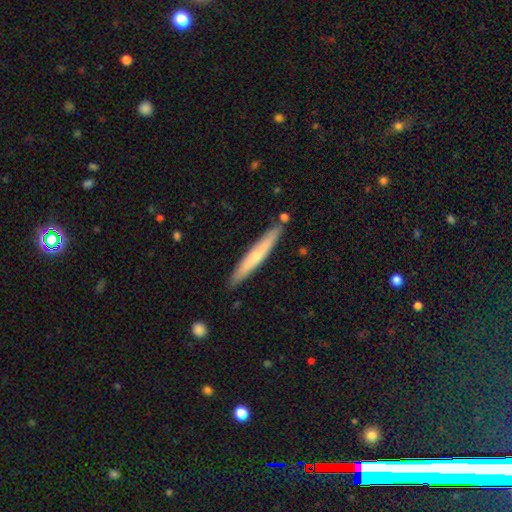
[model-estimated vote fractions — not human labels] A smooth galaxy with no disk features (53%) that is cigar-shaped (95%).

Vote fractions:
- Smooth or featured? smooth: 53% / featured or disk: 42% / star or artifact: 5%
- How rounded? cigar-shaped: 95% / in between: 3% / round: 1%
- Merging? none: 86% / minor disturbance: 9% / merger: 3% / major disturbance: 2%